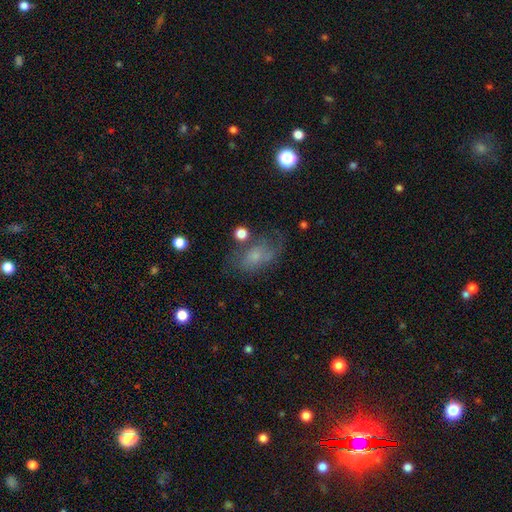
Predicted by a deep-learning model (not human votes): Smooth or featured: smooth — 46% (featured or disk — 40%)
Merging: none — 50% (minor disturbance — 24%)